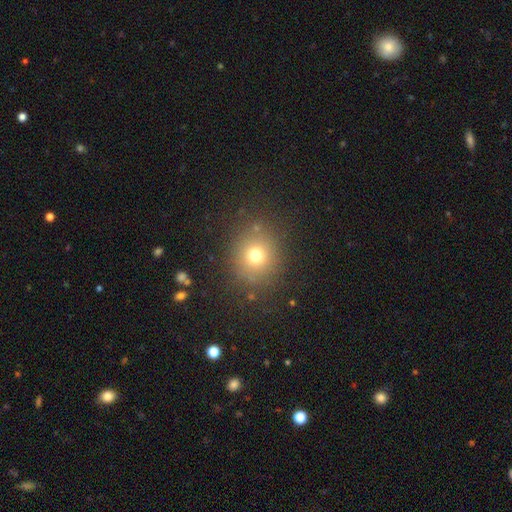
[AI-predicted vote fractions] Overall: smooth (71%). How rounded: round (89%). Merging: none (84%).